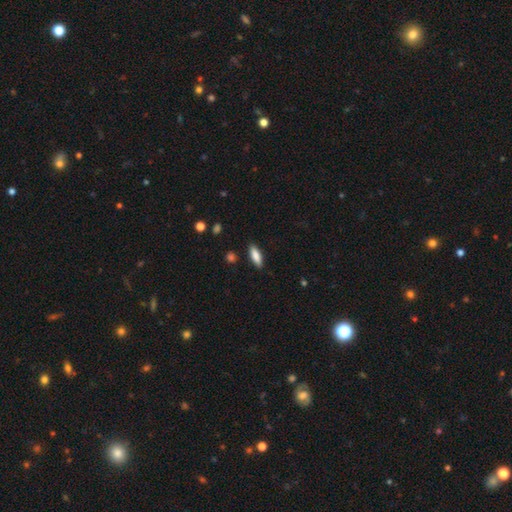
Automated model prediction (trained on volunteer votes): Smooth or featured? Predicted: smooth (p=0.83). How rounded? Predicted: in between (p=0.53). Merging? Predicted: none (p=0.87).